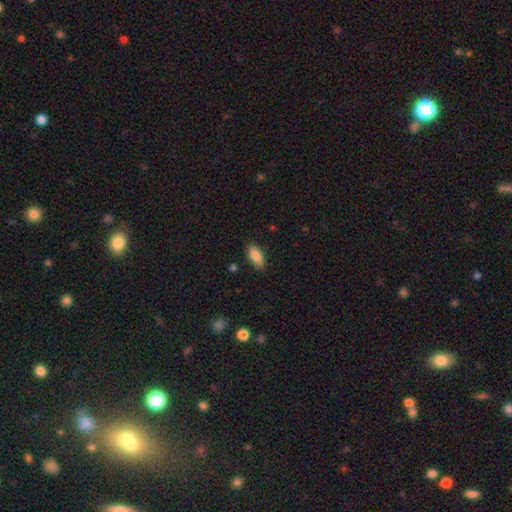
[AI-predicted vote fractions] Morphology: type=smooth (86%); roundness=in between (89%); merging=none (86%).